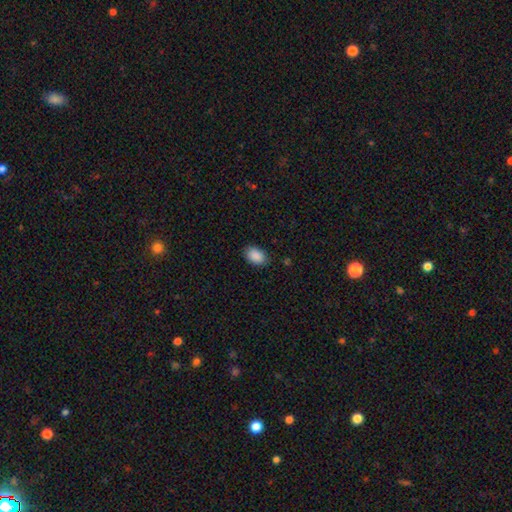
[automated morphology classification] Overall: smooth (90%). How rounded: in between (87%). Merging: none (85%).